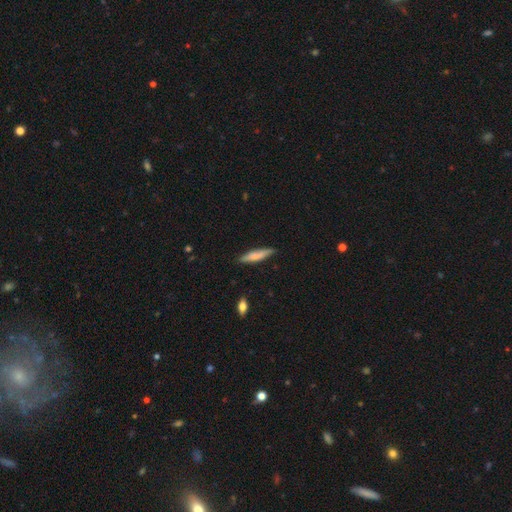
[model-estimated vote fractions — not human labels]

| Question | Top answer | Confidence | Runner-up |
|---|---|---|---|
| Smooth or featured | smooth | 71% | featured or disk (23%) |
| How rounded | cigar-shaped | 81% | in between (17%) |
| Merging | none | 79% | minor disturbance (17%) |